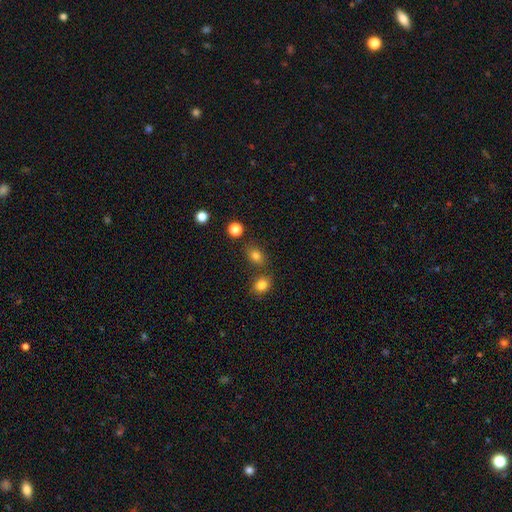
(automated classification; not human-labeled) smooth 80%, star or artifact 13%, featured or disk 7%. Down the decision tree: how rounded — in between (62%); merging — none (71%).